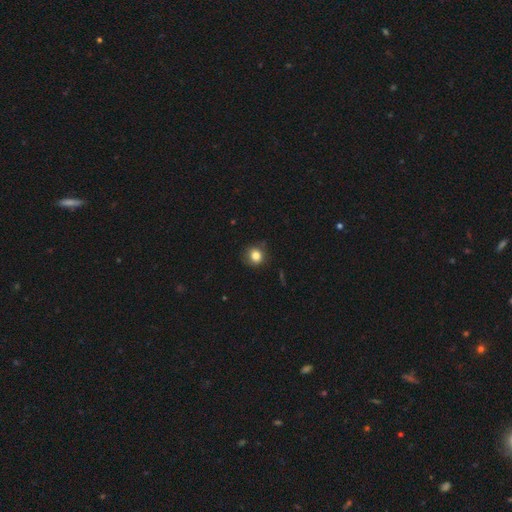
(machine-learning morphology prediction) Q: Smooth or featured?
A: smooth (81%); runner-up: star or artifact (11%)
Q: How rounded?
A: round (85%); runner-up: in between (14%)
Q: Merging?
A: none (82%); runner-up: minor disturbance (14%)